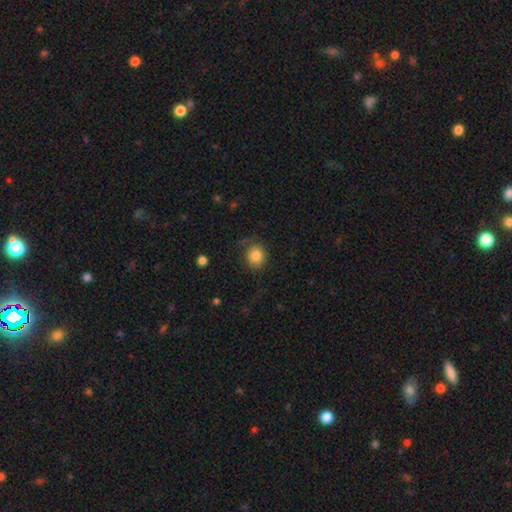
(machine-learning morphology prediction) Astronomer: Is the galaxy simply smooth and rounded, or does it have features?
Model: smooth — 84%.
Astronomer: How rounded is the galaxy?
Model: round — 83%.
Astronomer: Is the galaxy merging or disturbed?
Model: none — 77%.